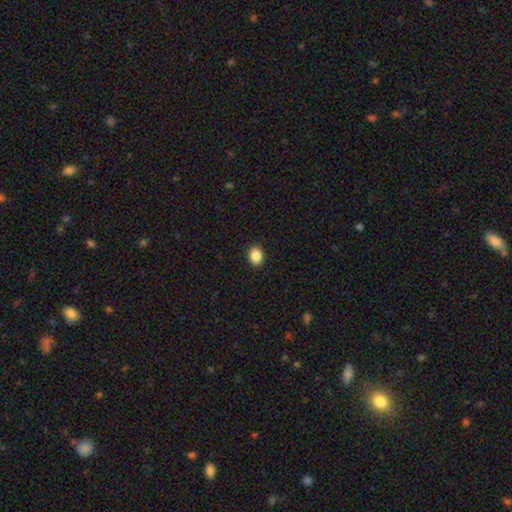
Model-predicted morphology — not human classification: smooth 87%, star or artifact 9%, featured or disk 4%. Down the decision tree: how rounded — round (51%); merging — none (92%).